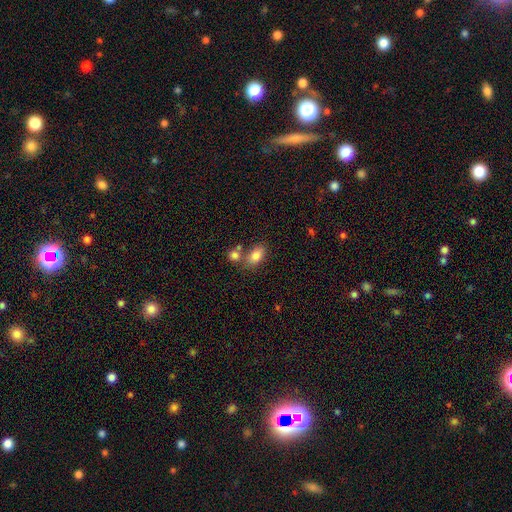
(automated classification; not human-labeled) This appears to be a smooth galaxy with no disk features (82%) that is in between round and cigar-shaped (88%). Merging: none (56%).